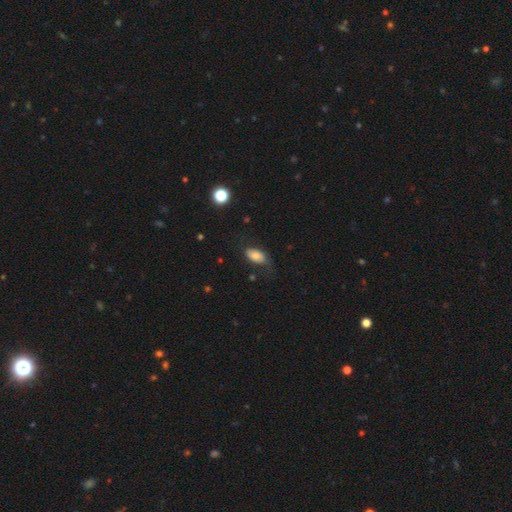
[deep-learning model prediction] Overall: smooth (75%). How rounded: in between (92%). Merging: none (57%; minor disturbance 27%).